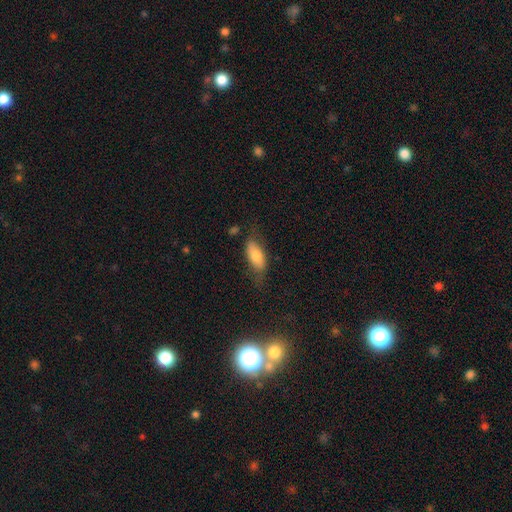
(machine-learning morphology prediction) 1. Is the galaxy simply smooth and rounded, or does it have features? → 68% smooth, 24% featured or disk, 8% star or artifact.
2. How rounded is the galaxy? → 79% in between, 18% cigar-shaped, 3% round.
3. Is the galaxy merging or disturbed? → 59% none, 27% minor disturbance, 12% major disturbance, 2% merger.